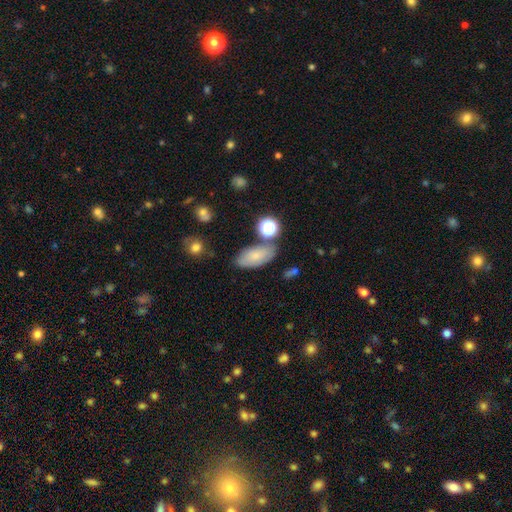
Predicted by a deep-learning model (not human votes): Smooth or featured? smooth (72%)
How rounded? in between (88%)
Merging? none (71%)